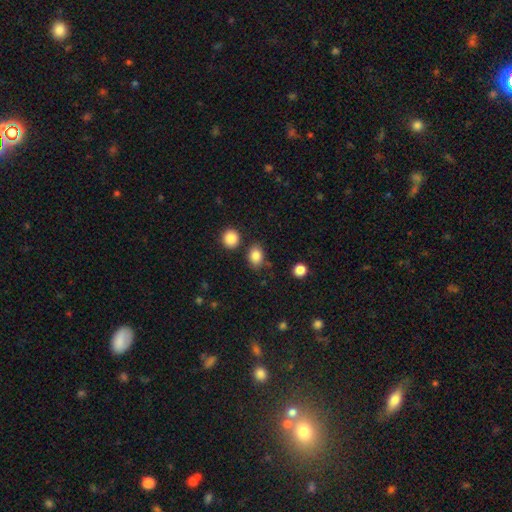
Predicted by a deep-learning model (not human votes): Morphology: type=smooth (85%); roundness=in between (61%); merging=none (75%).